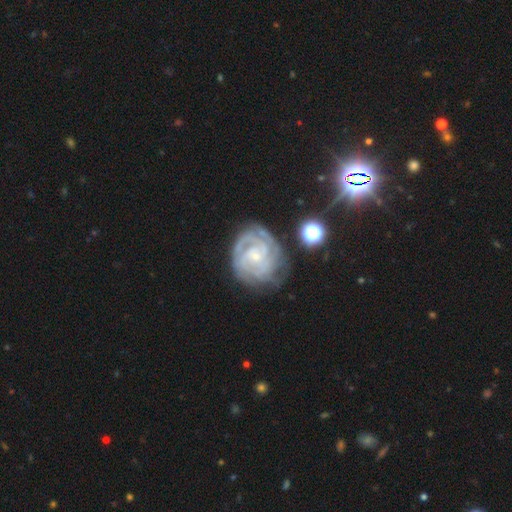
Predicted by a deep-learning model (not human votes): Overall: featured or disk (87%). Edge-on disk: no (98%). Bar: no (61%; weak 32%). Spiral arms: yes (97%). Spiral arm count: can't tell (28%; 3 27%). Spiral winding: tight (74%). Bulge size: small (73%). Merging: none (67%).